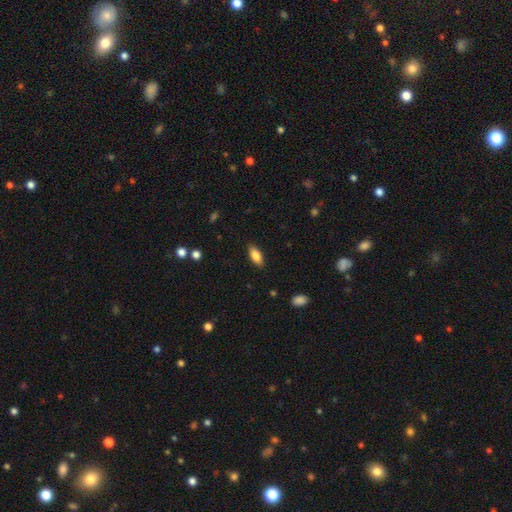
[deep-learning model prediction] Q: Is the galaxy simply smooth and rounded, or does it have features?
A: smooth — 82%.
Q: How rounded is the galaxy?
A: in between — 83%.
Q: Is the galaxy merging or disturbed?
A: none — 87%.